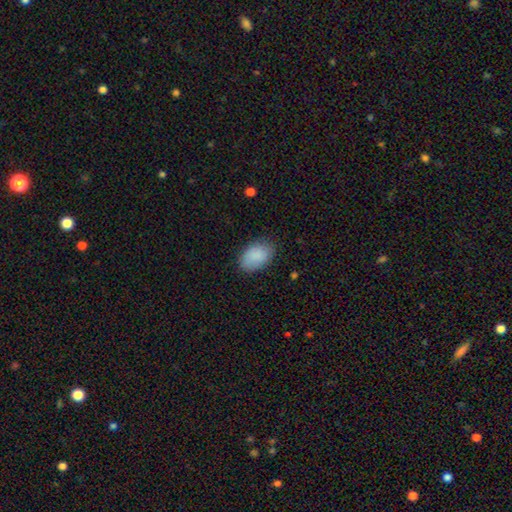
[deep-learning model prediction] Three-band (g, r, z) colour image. It shows a smooth galaxy with no disk features (88%) that is in between round and cigar-shaped (90%). Merging: none (79%).